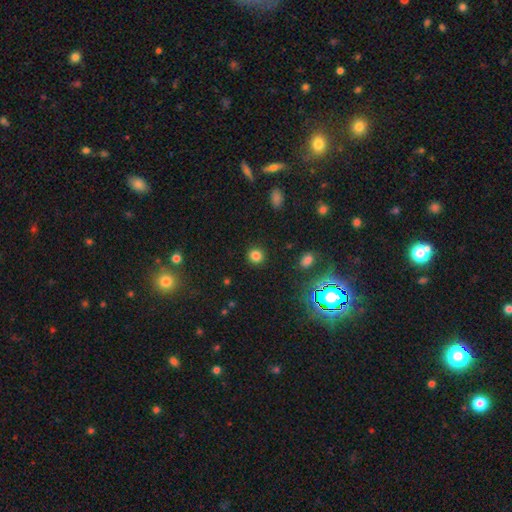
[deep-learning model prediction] Smooth or featured? smooth (82%)
How rounded? round (88%)
Merging? none (91%)